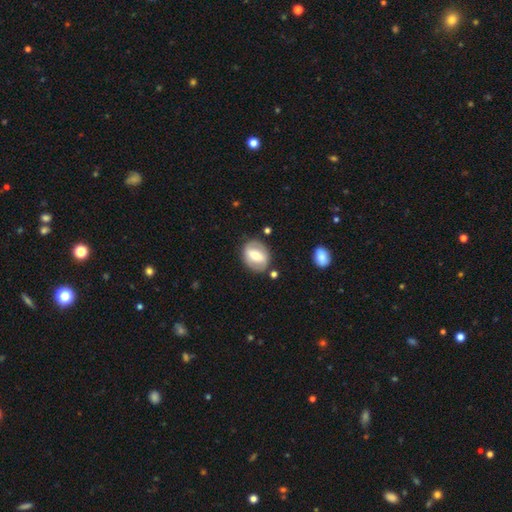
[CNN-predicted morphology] This is possibly a featured or disk galaxy (54%). It is clearly not viewed edge-on (93%). Bar: possibly strong (52%). Spiral arm pattern: possibly no (60%). Central bulge: likely moderate (64%). Merging: likely none (79%).